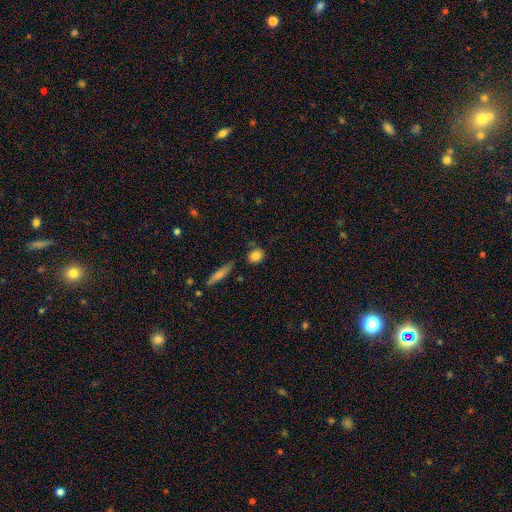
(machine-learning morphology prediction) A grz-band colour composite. It shows a smooth galaxy with no disk features (83%) that is round (63%). Merging: none (79%).